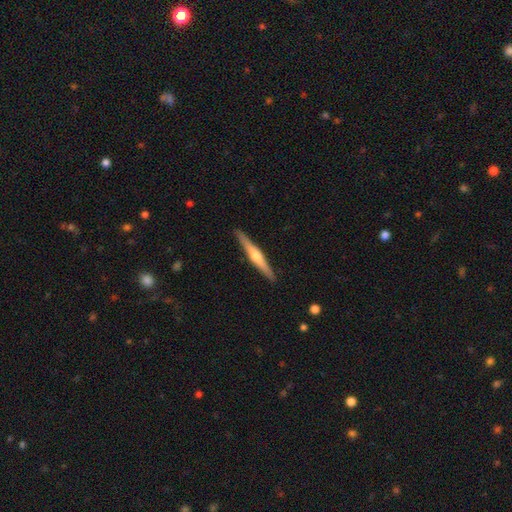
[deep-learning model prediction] Morphology: type=featured or disk (69%); edge-on=yes (98%); edge-on bulge=rounded (90%); merging=none (91%).